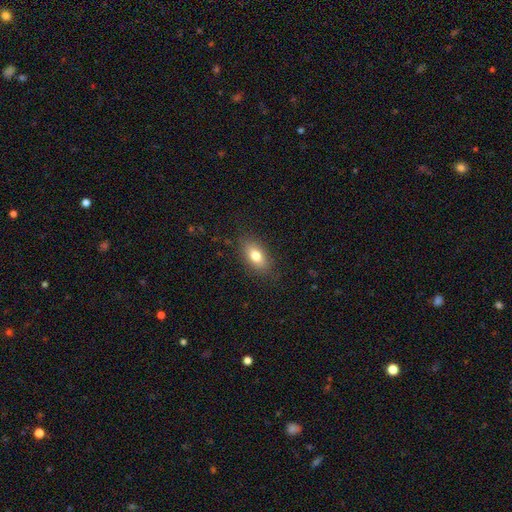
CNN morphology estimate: smooth-or-featured: smooth: 77% | featured or disk: 14% | star or artifact: 9%
  how-rounded: in between: 86% | round: 8% | cigar-shaped: 7%
  merging: none: 85% | minor disturbance: 11% | major disturbance: 3% | merger: 1%